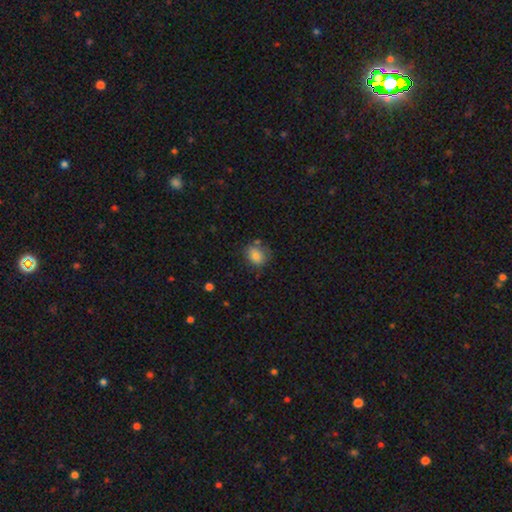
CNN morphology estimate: Smooth or featured? Predicted: smooth (p=0.82). How rounded? Predicted: round (p=0.53). Merging? Predicted: none (p=0.66).